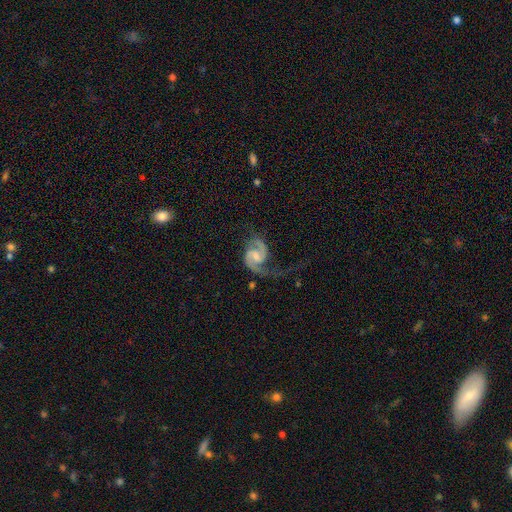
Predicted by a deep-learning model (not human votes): Morphology: type=featured or disk (91%); edge-on=no (98%); bar=weak (53%); spiral arms=yes (98%); winding=medium (53%); arm count=2 (90%); bulge=moderate (37%, tied with small); merging=none (48%).